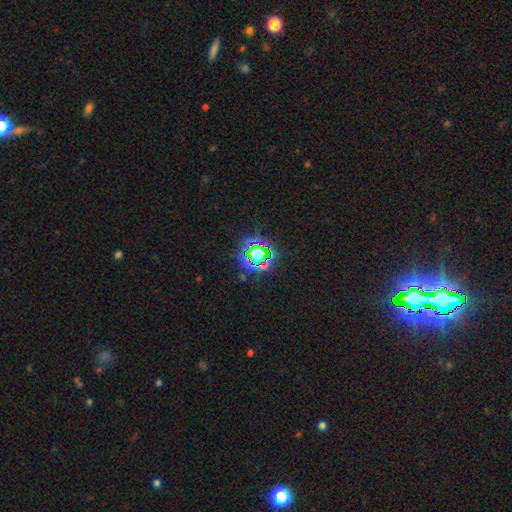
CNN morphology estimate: This is clearly a star or artifact rather than a galaxy (82%).